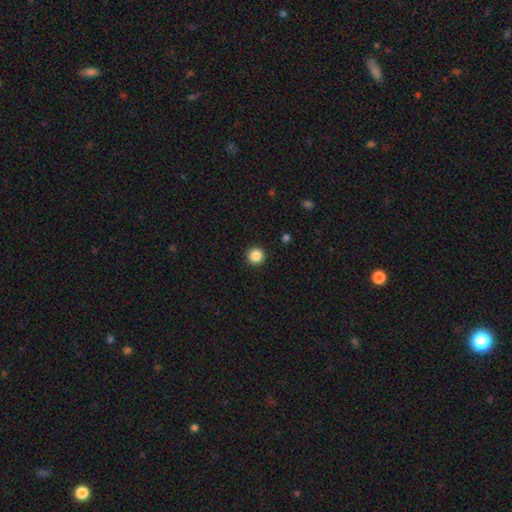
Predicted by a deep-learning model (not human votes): This appears to be a smooth galaxy with no disk features (87%) that is round (96%). Merging: none (93%).